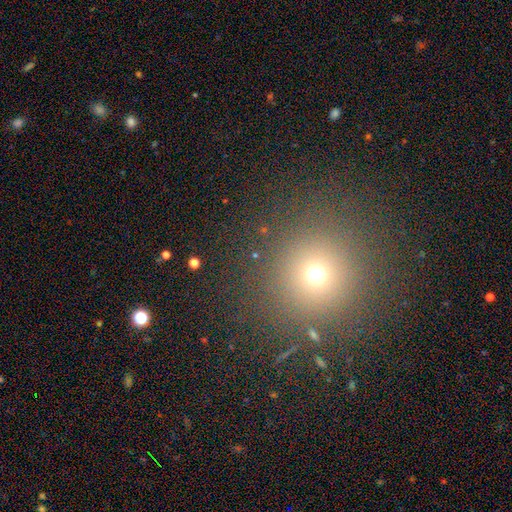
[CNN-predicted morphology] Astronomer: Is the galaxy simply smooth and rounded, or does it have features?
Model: smooth — 55% (runner-up: star or artifact, 36%).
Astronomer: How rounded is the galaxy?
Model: round — 91%.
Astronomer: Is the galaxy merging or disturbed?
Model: none — 86%.